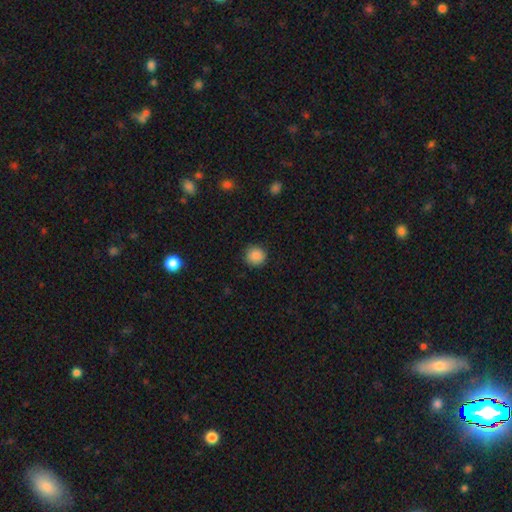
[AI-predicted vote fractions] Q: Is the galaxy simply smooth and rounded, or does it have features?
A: smooth — 88%.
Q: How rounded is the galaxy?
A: round — 92%.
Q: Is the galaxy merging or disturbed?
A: none — 90%.